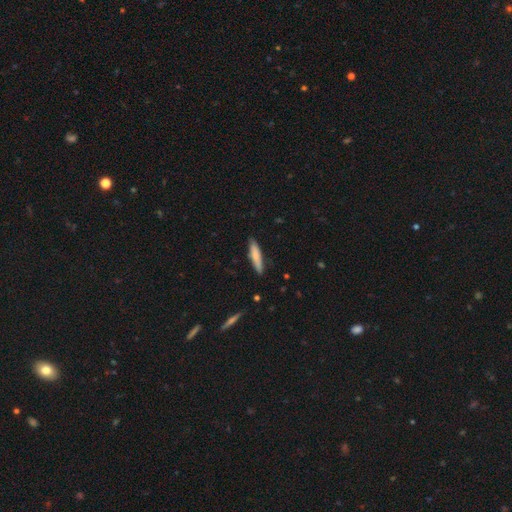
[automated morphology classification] Smooth or featured: smooth — 76% (featured or disk — 18%)
How rounded: cigar-shaped — 85% (in between — 13%)
Merging: none — 85% (minor disturbance — 12%)